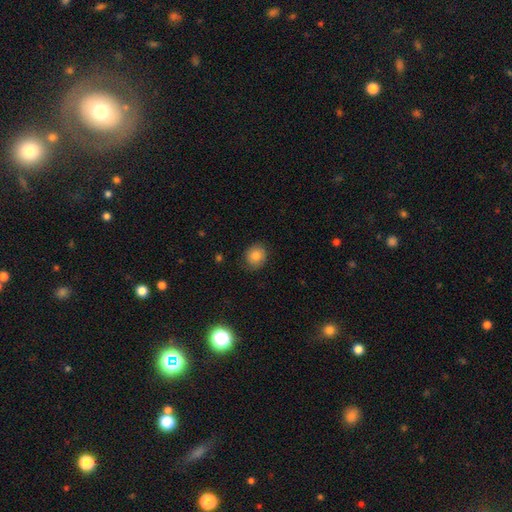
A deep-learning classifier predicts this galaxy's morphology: Smooth or featured? smooth (78%)
How rounded? round (79%)
Merging? none (80%)